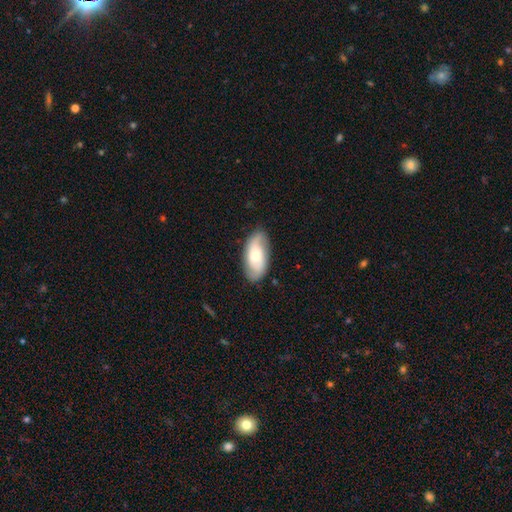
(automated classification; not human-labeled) This appears to be a smooth galaxy with no disk features (47%). Merging: none (80%).